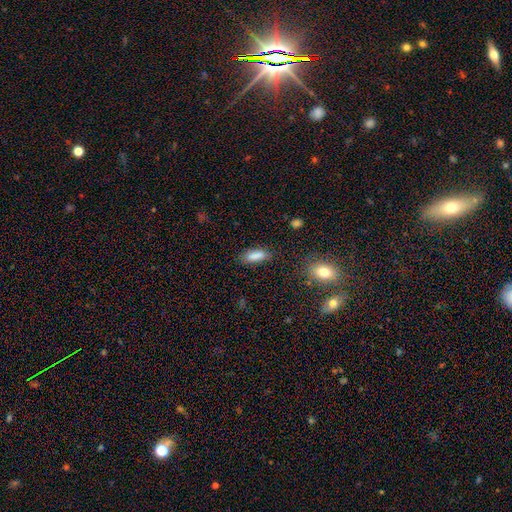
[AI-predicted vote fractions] Smooth or featured? Predicted: smooth (p=0.85). How rounded? Predicted: in between (p=0.67). Merging? Predicted: none (p=0.78).